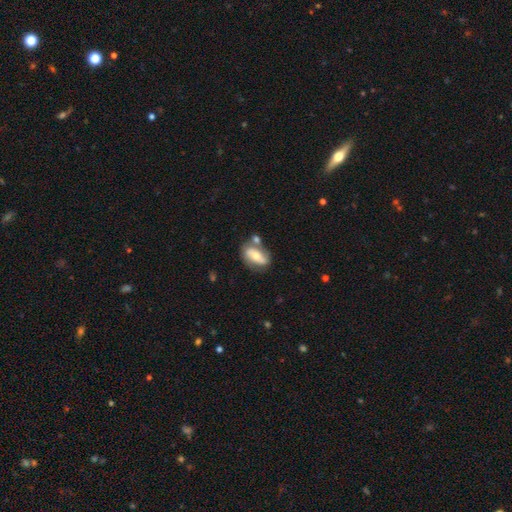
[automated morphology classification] smooth_or_featured: smooth (p=0.47) [alt: featured or disk p=0.46]
merging: none (p=0.58) [alt: merger p=0.18]